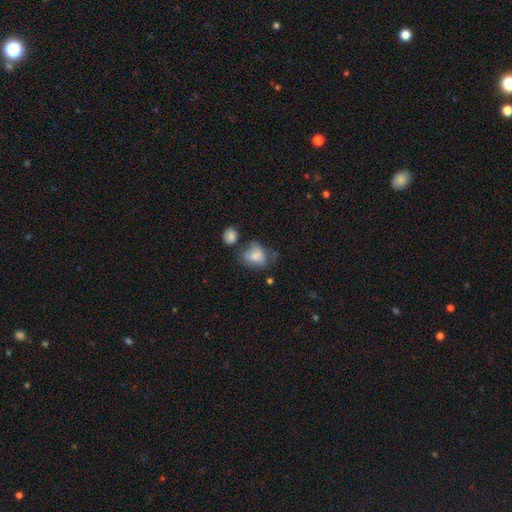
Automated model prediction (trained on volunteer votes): A smooth galaxy with no disk features (74%) that is in between round and cigar-shaped (60%).

Vote fractions:
- Smooth or featured? smooth: 74% / featured or disk: 17% / star or artifact: 9%
- How rounded? in between: 60% / round: 39% / cigar-shaped: 1%
- Merging? none: 39% / minor disturbance: 30% / major disturbance: 18% / merger: 13%